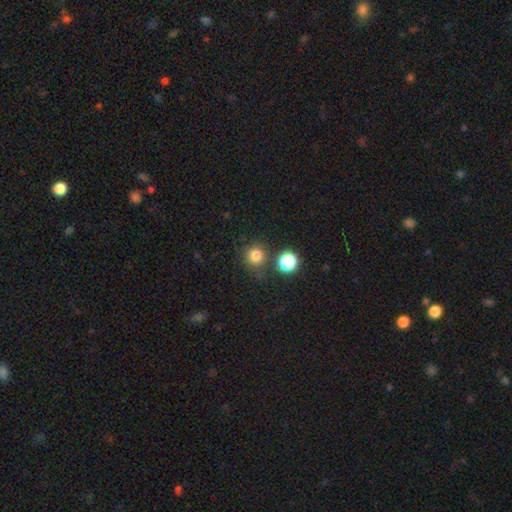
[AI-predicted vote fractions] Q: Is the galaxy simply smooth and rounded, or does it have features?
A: smooth — 81%.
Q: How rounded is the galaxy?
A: round — 92%.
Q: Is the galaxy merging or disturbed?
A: none — 79%.